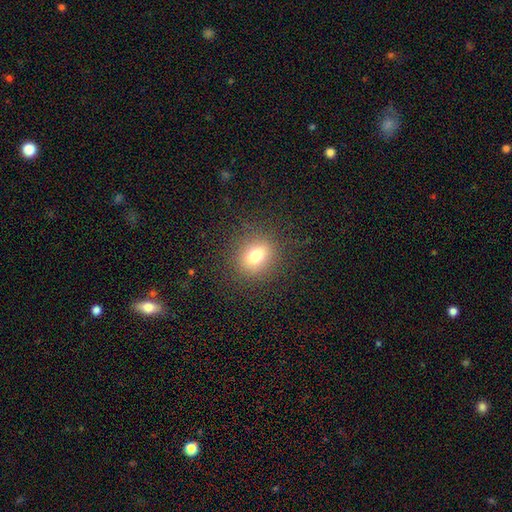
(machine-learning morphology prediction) The model was most divided on "how rounded": round: 57%, in between: 41%, cigar-shaped: 2%. More confident: merging — none (86%); smooth or featured — smooth (75%).